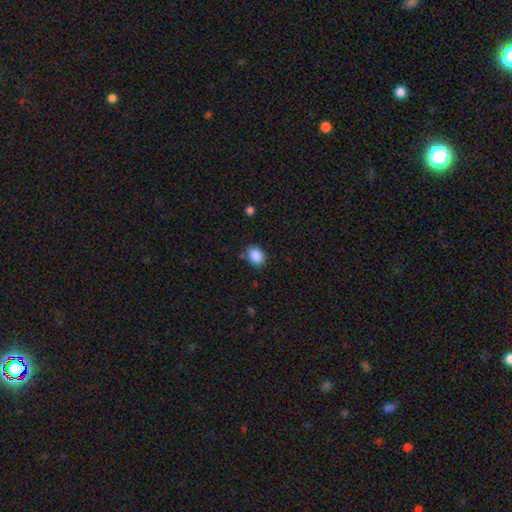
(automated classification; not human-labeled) smooth-or-featured: smooth: 88% | star or artifact: 9% | featured or disk: 3%
  how-rounded: in between: 55% | round: 44% | cigar-shaped: 1%
  merging: none: 80% | minor disturbance: 14% | major disturbance: 4% | merger: 3%